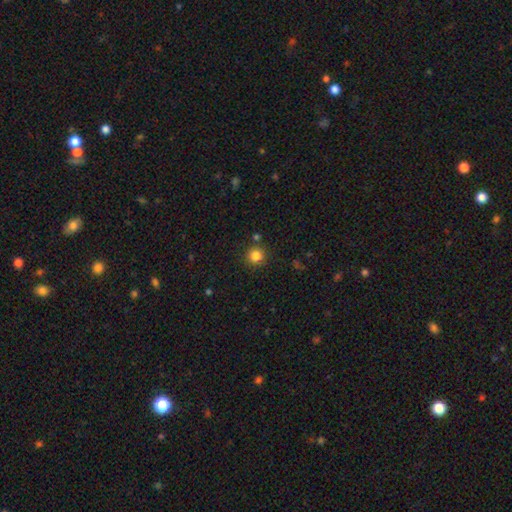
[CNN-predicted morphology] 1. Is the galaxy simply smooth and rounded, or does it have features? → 83% smooth, 12% star or artifact, 4% featured or disk.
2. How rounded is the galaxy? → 94% round, 5% in between, 1% cigar-shaped.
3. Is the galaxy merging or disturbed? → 87% none, 7% minor disturbance, 4% merger, 2% major disturbance.